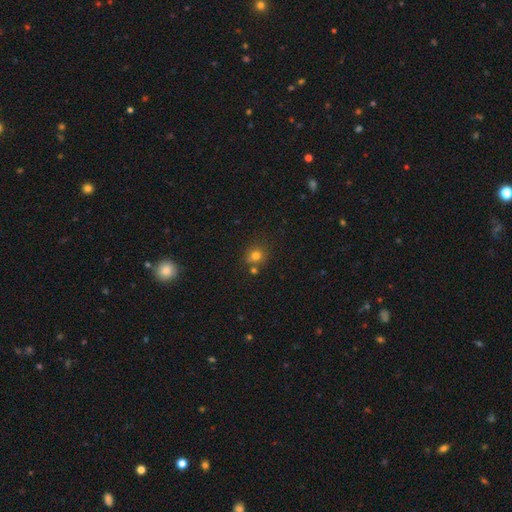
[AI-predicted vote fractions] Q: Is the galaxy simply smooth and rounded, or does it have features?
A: smooth — 76%.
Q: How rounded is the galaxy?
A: round — 84%.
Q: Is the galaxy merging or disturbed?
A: none — 68%.